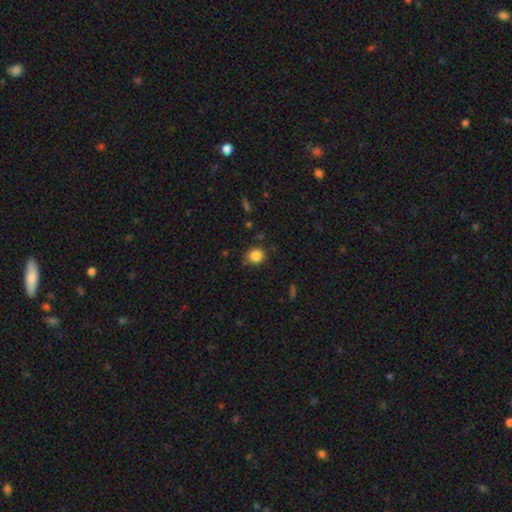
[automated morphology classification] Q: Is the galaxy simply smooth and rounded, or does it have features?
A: smooth — 86%.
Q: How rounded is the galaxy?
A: round — 77%.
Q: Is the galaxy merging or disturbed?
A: none — 81%.